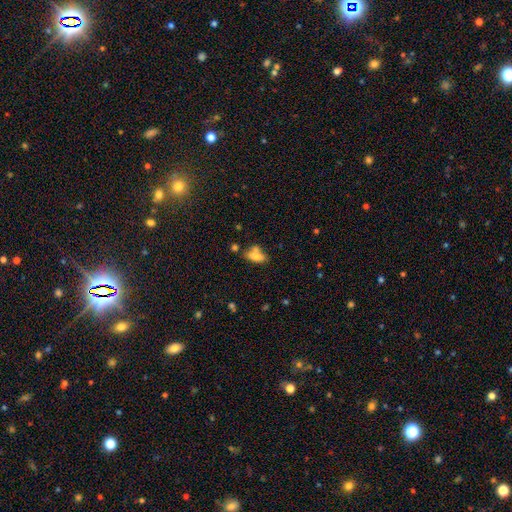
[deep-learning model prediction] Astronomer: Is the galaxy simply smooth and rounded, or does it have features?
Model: smooth — 72%.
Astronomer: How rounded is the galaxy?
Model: in between — 76%.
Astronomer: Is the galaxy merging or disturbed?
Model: none — 47% (runner-up: merger, 27%).